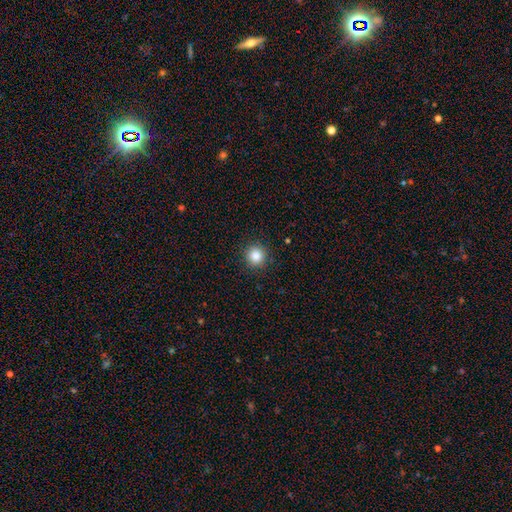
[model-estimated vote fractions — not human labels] This appears to be a smooth galaxy with no disk features (85%) that is round (94%). Merging: none (92%).